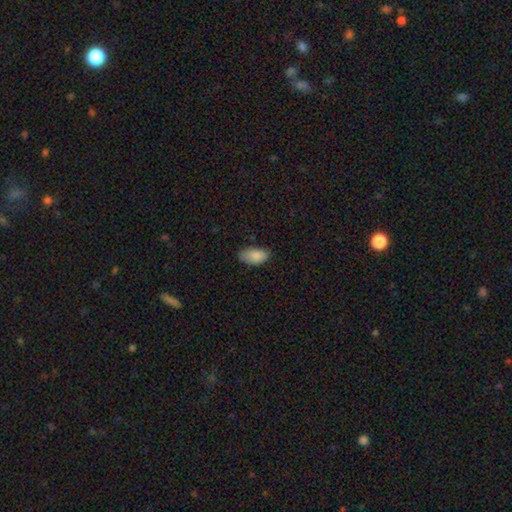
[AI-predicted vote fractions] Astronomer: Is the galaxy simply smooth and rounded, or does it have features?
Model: smooth — 88%.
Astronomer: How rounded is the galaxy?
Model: in between — 94%.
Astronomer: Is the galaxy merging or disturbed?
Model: none — 76%.